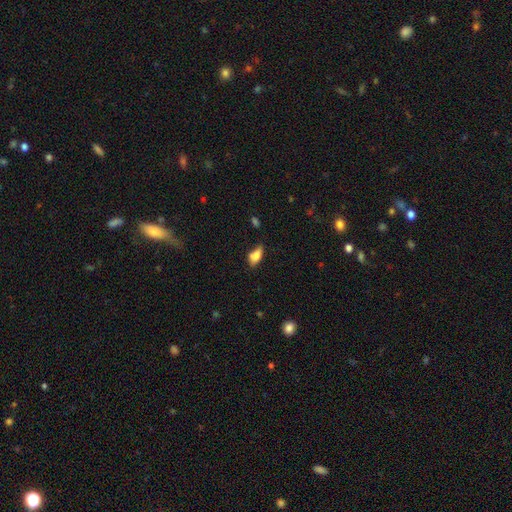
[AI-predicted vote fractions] Smooth or featured? Predicted: smooth (p=0.79). How rounded? Predicted: in between (p=0.87). Merging? Predicted: none (p=0.50).